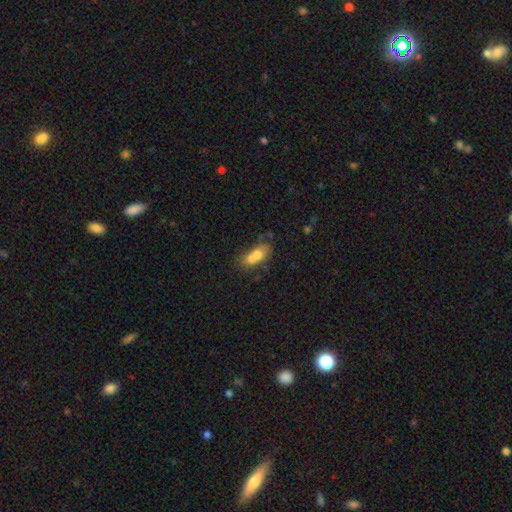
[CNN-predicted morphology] smooth 67%, featured or disk 24%, star or artifact 9%. Down the decision tree: how rounded — in between (76%); merging — merger (49%).